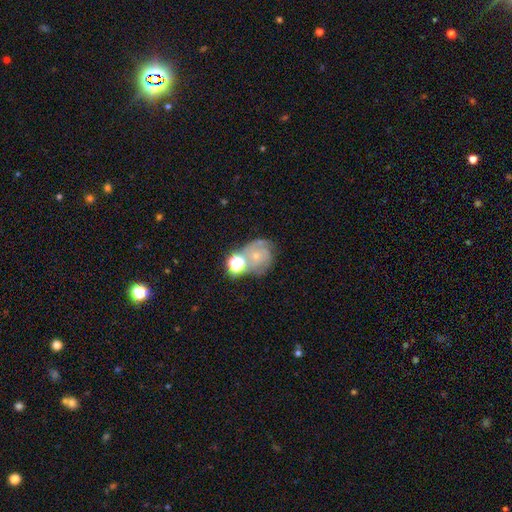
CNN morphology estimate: featured or disk 63%, smooth 24%, star or artifact 13%. Down the decision tree: edge-on disk — no (98%); bar — no (76%); spiral arms — yes (89%); spiral arm count — 2 (40%); spiral winding — tight (50%); bulge size — small (67%); merging — none (48%).